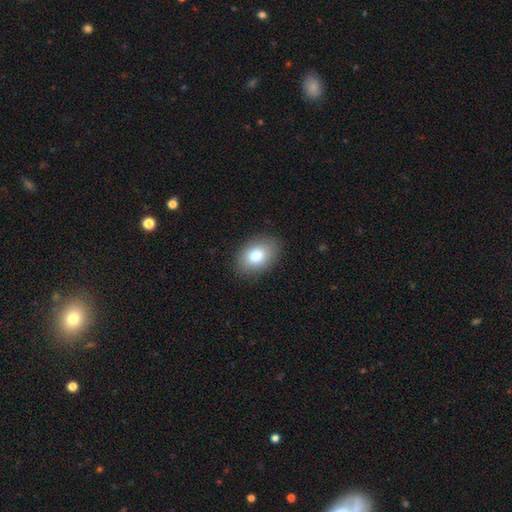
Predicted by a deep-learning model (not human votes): smooth-or-featured: smooth: 79% | featured or disk: 12% | star or artifact: 9%
  how-rounded: in between: 78% | round: 21% | cigar-shaped: 1%
  merging: none: 87% | minor disturbance: 9% | major disturbance: 3% | merger: 1%